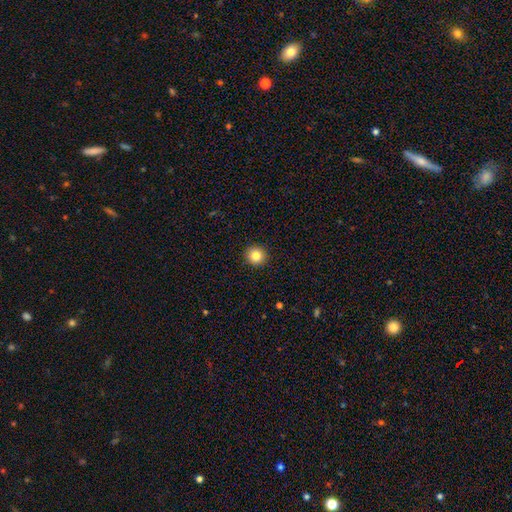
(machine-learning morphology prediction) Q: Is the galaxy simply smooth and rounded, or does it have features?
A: smooth — 84%.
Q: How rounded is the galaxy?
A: round — 94%.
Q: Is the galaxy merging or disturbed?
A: none — 92%.